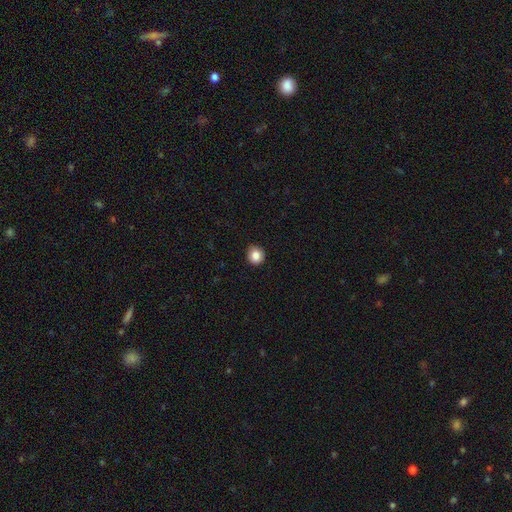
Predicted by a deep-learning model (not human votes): Smooth or featured? Predicted: smooth (p=0.85). How rounded? Predicted: round (p=0.89). Merging? Predicted: none (p=0.91).